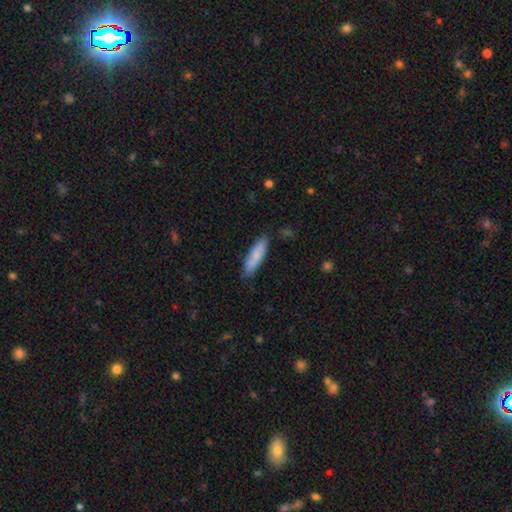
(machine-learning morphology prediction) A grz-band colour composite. It shows a smooth galaxy with no disk features (80%) that is cigar-shaped (68%). Merging: none (82%).